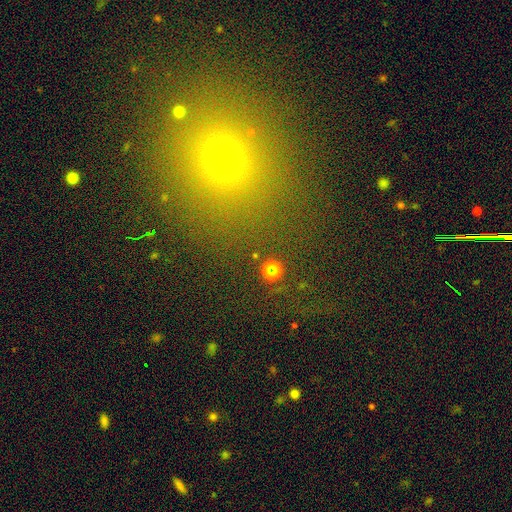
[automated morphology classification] The model was most divided on "smooth or featured": smooth: 53%, star or artifact: 39%, featured or disk: 9%. More confident: how rounded — round (84%); merging — none (82%).